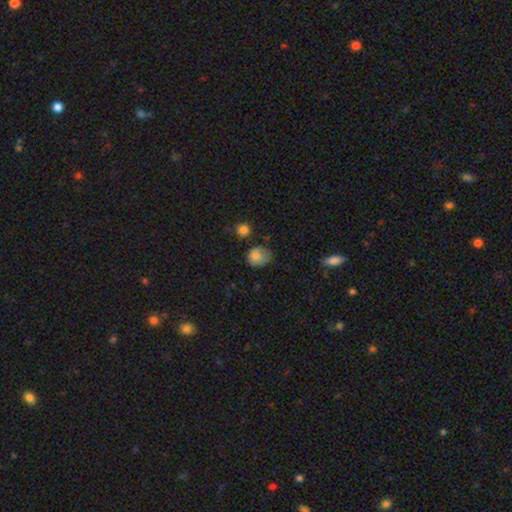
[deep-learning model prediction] This is likely a smooth galaxy (80%). How rounded: possibly round (57%). Merging: possibly none (46%).